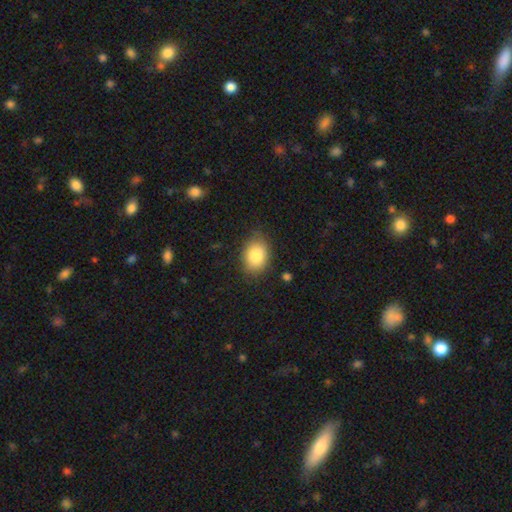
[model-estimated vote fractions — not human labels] Morphology: type=smooth (84%); roundness=in between (67%); merging=none (76%).